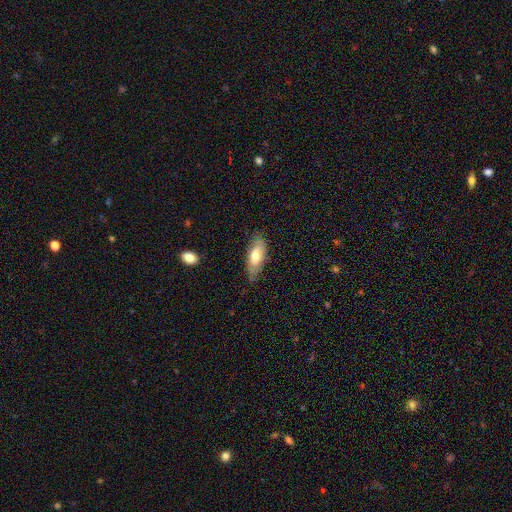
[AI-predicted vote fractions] Overall: smooth (60%; featured or disk 33%). How rounded: in between (78%). Merging: none (66%; minor disturbance 27%).